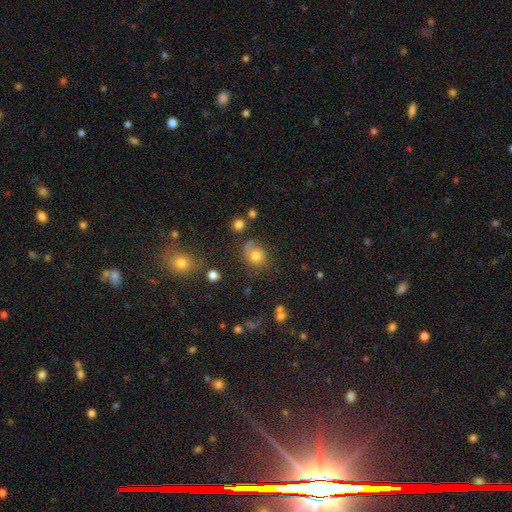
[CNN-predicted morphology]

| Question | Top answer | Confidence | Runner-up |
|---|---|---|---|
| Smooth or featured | smooth | 67% | featured or disk (18%) |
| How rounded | round | 69% | in between (30%) |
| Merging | none | 58% | minor disturbance (22%) |